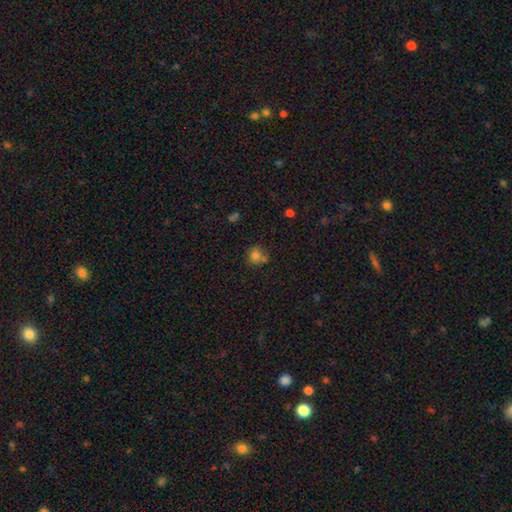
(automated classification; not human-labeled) smooth-or-featured: smooth: 77% | star or artifact: 13% | featured or disk: 10%
  how-rounded: round: 86% | in between: 13% | cigar-shaped: 1%
  merging: none: 61% | merger: 18% | minor disturbance: 16% | major disturbance: 5%